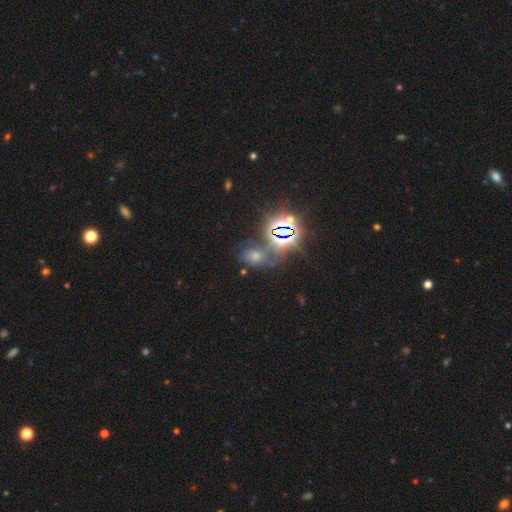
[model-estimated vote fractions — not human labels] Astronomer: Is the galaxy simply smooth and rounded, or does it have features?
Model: star or artifact — 69%.